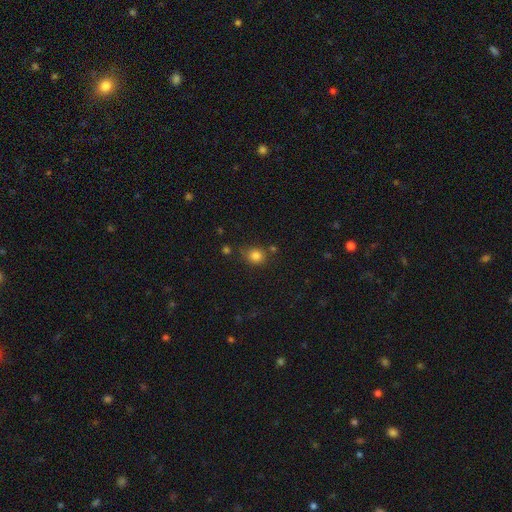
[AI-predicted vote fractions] smooth 82%, star or artifact 12%, featured or disk 5%. Down the decision tree: how rounded — round (79%); merging — none (72%).